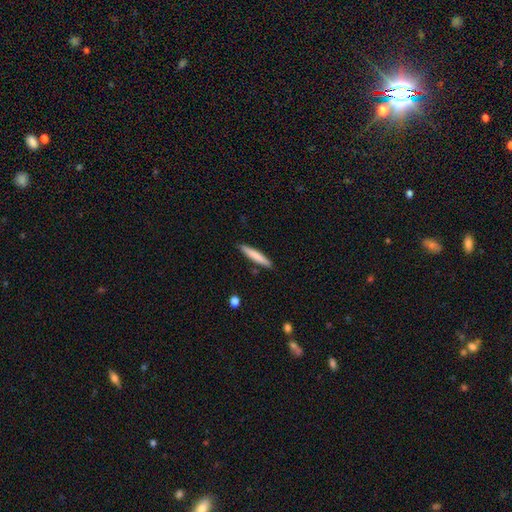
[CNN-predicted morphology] type=smooth (77%); roundness=cigar-shaped (93%); merging=none (89%).